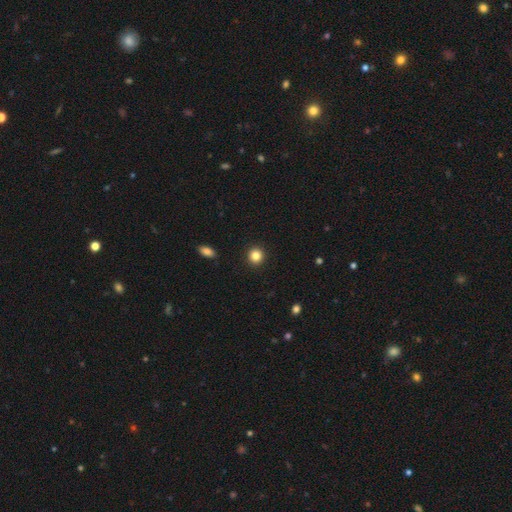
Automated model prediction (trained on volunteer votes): Q: Smooth or featured?
A: smooth (84%); runner-up: star or artifact (11%)
Q: How rounded?
A: round (92%); runner-up: in between (7%)
Q: Merging?
A: none (93%); runner-up: minor disturbance (4%)